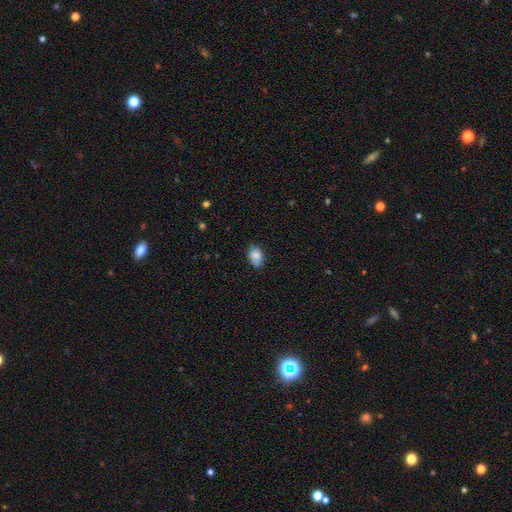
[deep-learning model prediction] Q: Smooth or featured?
A: smooth (82%); runner-up: featured or disk (9%)
Q: How rounded?
A: in between (79%); runner-up: round (20%)
Q: Merging?
A: none (70%); runner-up: minor disturbance (24%)